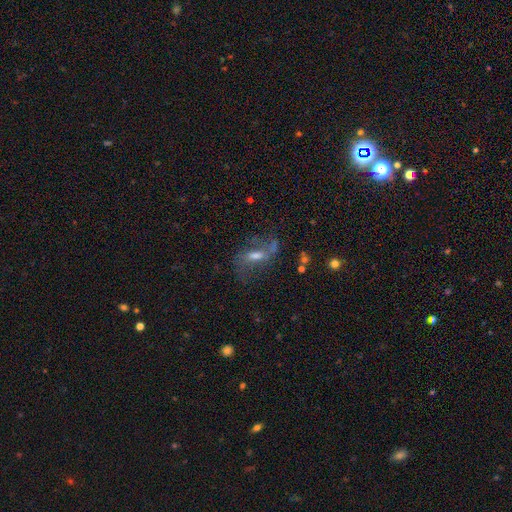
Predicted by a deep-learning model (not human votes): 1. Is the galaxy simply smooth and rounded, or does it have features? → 58% featured or disk, 27% smooth, 15% star or artifact.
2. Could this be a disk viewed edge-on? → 84% no, 16% yes.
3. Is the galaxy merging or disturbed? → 49% none, 24% major disturbance, 21% minor disturbance, 6% merger.